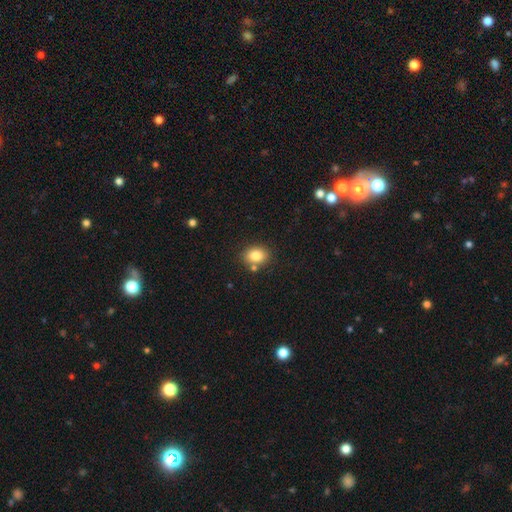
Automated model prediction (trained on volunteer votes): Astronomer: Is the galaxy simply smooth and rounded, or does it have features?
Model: smooth — 82%.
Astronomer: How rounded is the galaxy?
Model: in between — 53% (runner-up: round, 46%).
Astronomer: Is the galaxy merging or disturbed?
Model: none — 78%.